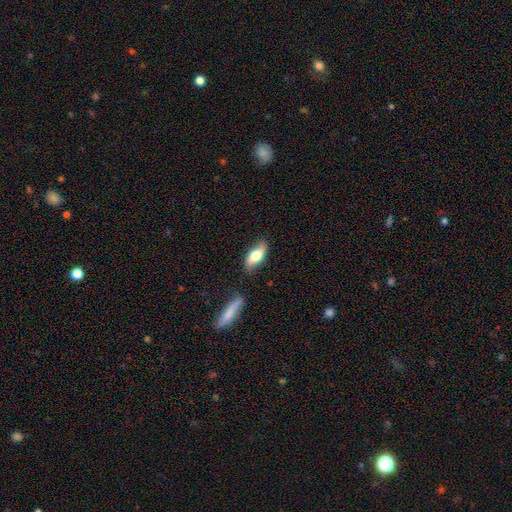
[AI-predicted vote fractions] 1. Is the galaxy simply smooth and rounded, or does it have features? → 69% smooth, 25% featured or disk, 7% star or artifact.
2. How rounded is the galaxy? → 82% in between, 15% cigar-shaped, 3% round.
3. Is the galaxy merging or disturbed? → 74% none, 18% minor disturbance, 5% merger, 4% major disturbance.